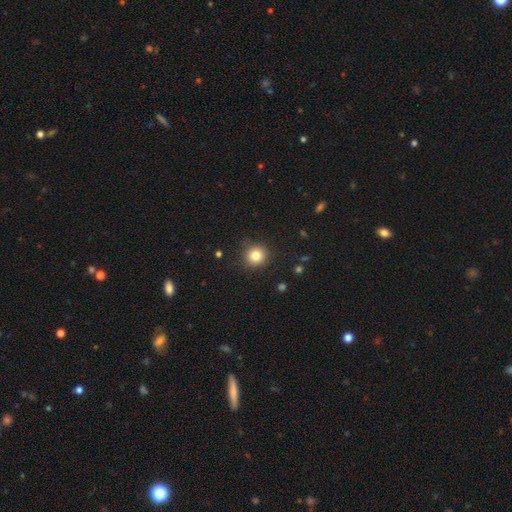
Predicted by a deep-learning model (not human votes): Morphology: type=smooth (82%); roundness=round (93%); merging=none (88%).